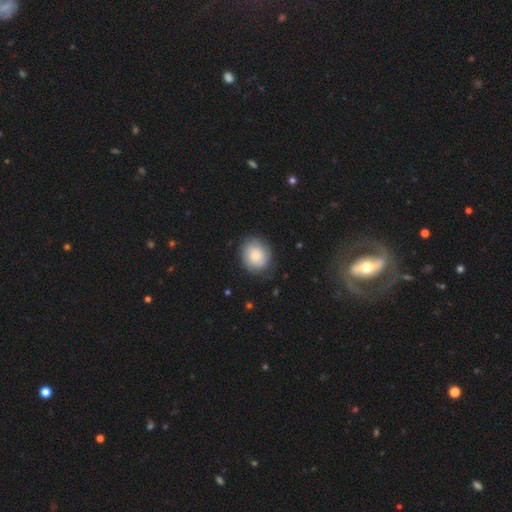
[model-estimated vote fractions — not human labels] A smooth galaxy with no disk features (75%) that is round (72%). Merging: none (80%).